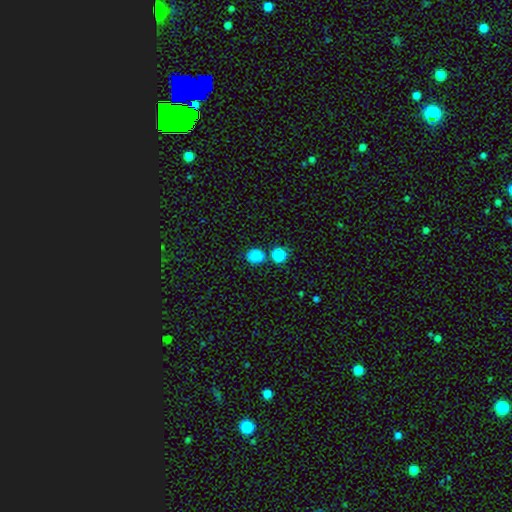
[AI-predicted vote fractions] This is clearly a smooth galaxy (83%). How rounded: likely round (65%). Merging: likely none (78%).